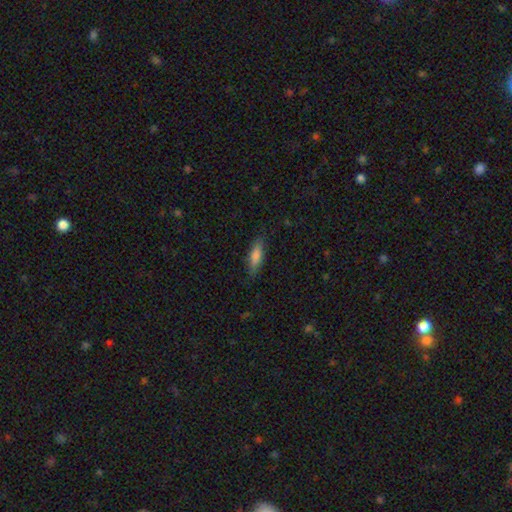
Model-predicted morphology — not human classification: This appears to be a smooth galaxy with no disk features (78%) that is cigar-shaped (56%). Merging: none (83%).